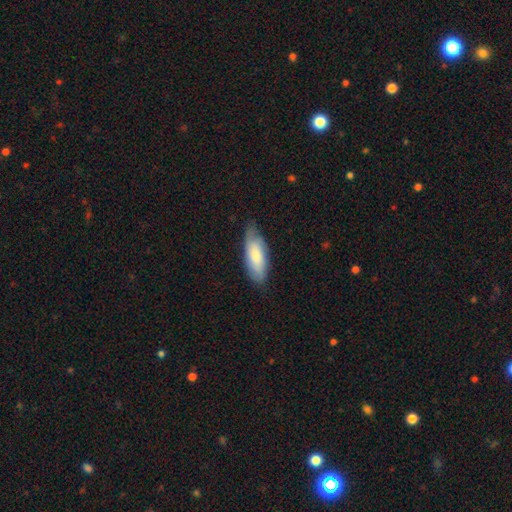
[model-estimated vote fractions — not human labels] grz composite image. It shows a smooth galaxy with no disk features (73%) that is in between round and cigar-shaped (74%). Merging: none (67%).